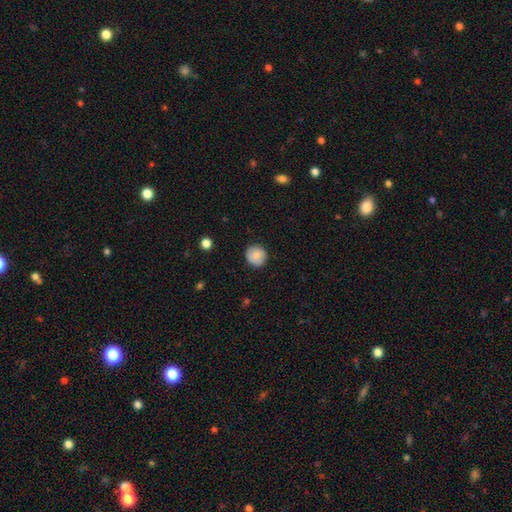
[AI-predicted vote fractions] This appears to be a smooth galaxy with no disk features (80%) that is round (89%). Merging: none (85%).